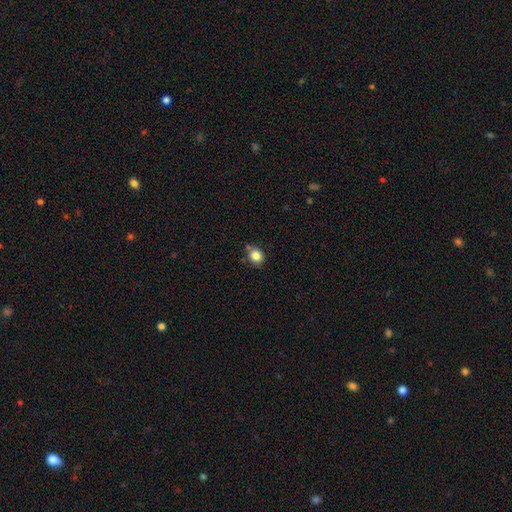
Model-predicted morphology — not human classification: smooth-or-featured: smooth: 84% | star or artifact: 10% | featured or disk: 6%
  how-rounded: round: 63% | in between: 36% | cigar-shaped: 1%
  merging: none: 71% | minor disturbance: 17% | merger: 8% | major disturbance: 4%